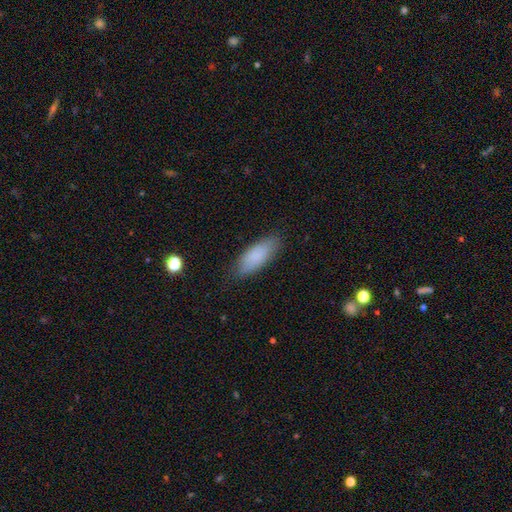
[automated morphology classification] smooth 84%, featured or disk 8%, star or artifact 7%. Down the decision tree: how rounded — in between (70%); merging — none (83%).